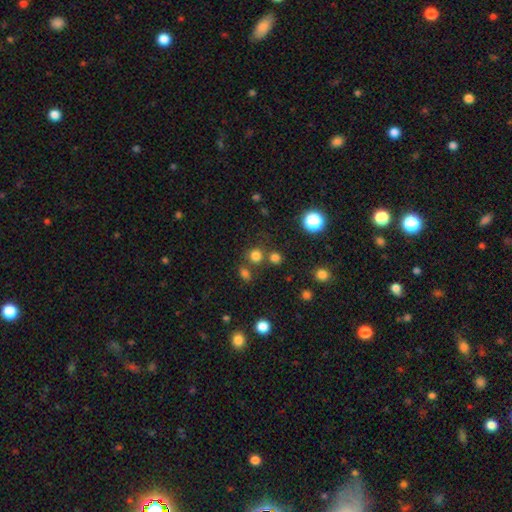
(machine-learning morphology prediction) Smooth or featured? Predicted: smooth (p=0.74). How rounded? Predicted: round (p=0.88). Merging? Predicted: none (p=0.70).